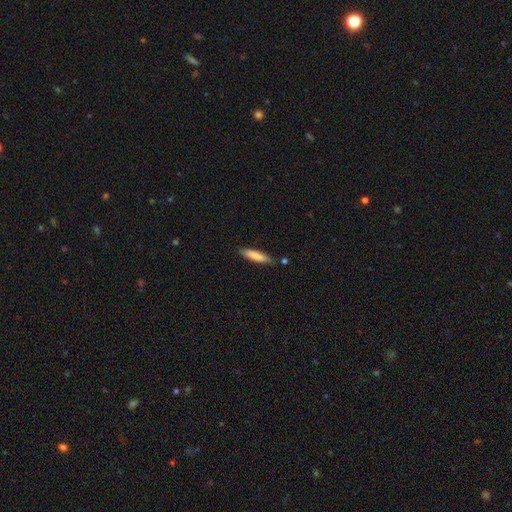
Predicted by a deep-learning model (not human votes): smooth-or-featured: smooth: 82% | featured or disk: 13% | star or artifact: 6%
  how-rounded: cigar-shaped: 78% | in between: 21% | round: 1%
  merging: none: 79% | minor disturbance: 15% | merger: 4% | major disturbance: 3%